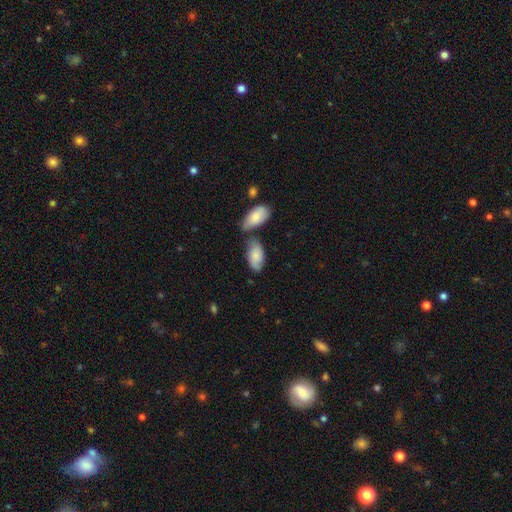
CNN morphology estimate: A smooth galaxy with no disk features (74%) that is in between round and cigar-shaped (94%). Merging: none (46%).